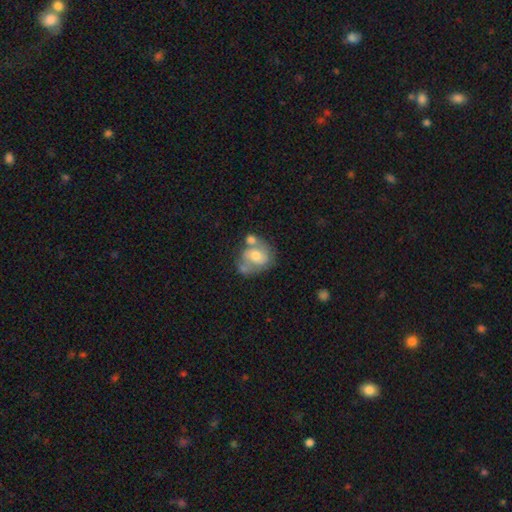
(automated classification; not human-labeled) This is possibly a featured or disk galaxy (50%). Merging: marginally merger (38%).